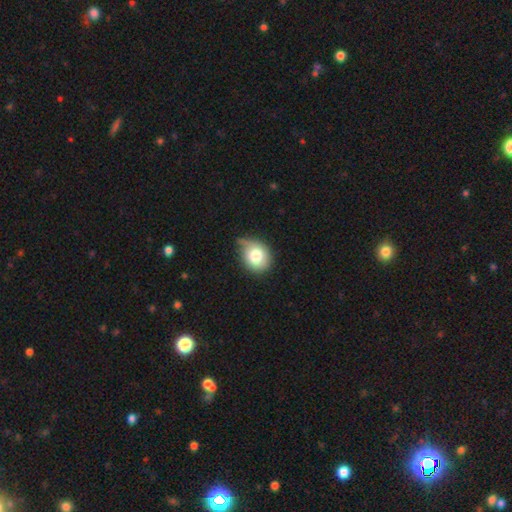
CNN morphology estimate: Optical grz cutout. It shows a smooth galaxy with no disk features (78%) that is round (62%). Merging: none (49%).